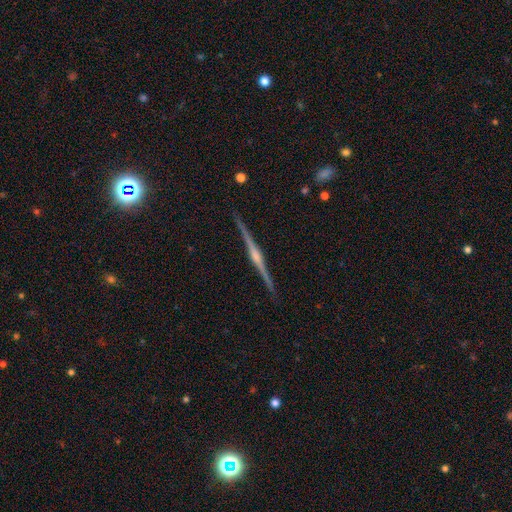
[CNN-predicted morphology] A featured or disk galaxy (87%) viewed edge-on (99%) with a rounded central bulge (75%).

Vote fractions:
- Smooth or featured? featured or disk: 87% / smooth: 8% / star or artifact: 5%
- Edge-on disk? yes: 99% / no: 1%
- Edge-on bulge? rounded: 75% / boxy: 15% / none: 10%
- Merging? none: 92% / minor disturbance: 6% / major disturbance: 1% / merger: 1%